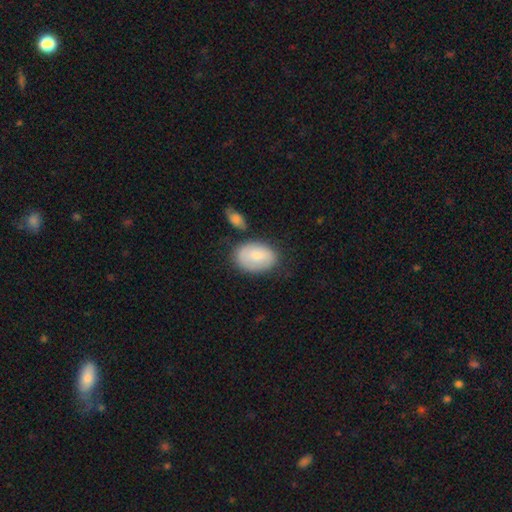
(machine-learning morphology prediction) Smooth or featured: smooth — 78% (featured or disk — 16%)
How rounded: in between — 87% (round — 11%)
Merging: none — 66% (minor disturbance — 20%)